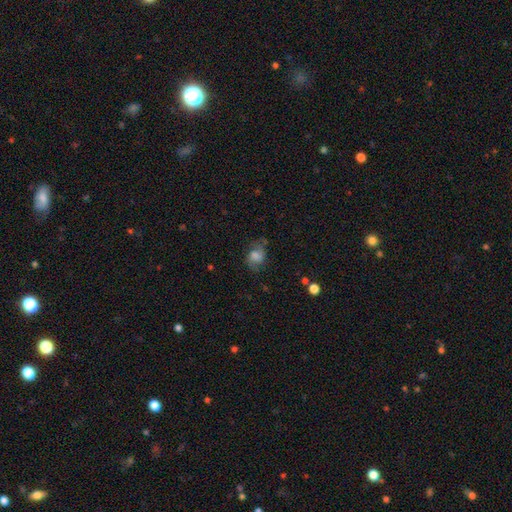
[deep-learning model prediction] Morphology: type=smooth (54%); roundness=in between (54%); merging=none (56%).